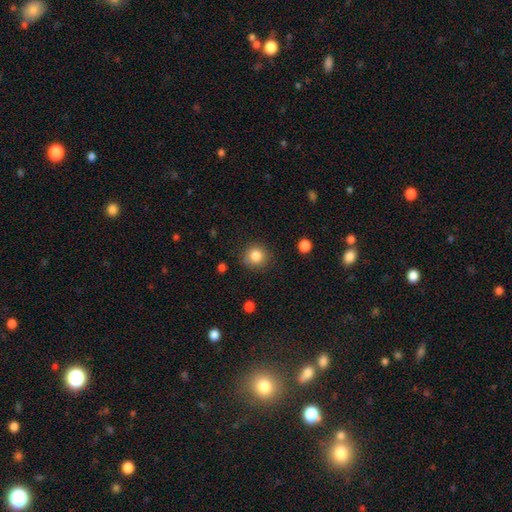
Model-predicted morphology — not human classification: type=smooth (84%); roundness=round (89%); merging=none (86%).